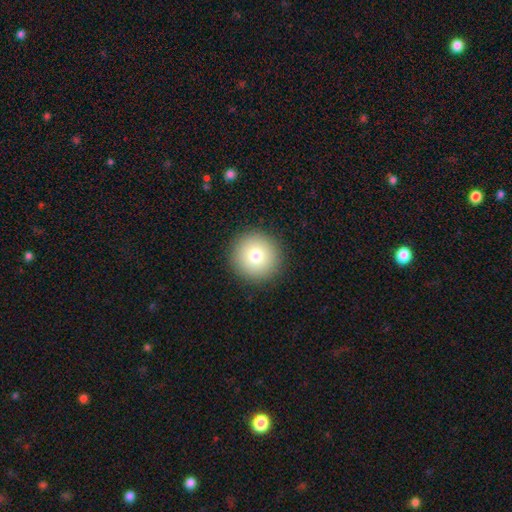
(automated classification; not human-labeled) A smooth galaxy with no disk features (79%) that is round (96%). Merging: none (92%).